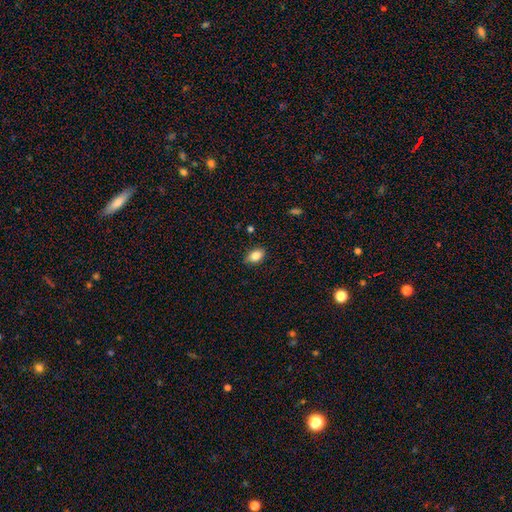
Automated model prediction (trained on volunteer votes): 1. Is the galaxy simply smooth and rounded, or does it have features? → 81% smooth, 11% featured or disk, 8% star or artifact.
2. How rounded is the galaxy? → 88% in between, 9% round, 3% cigar-shaped.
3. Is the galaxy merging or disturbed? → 84% none, 13% minor disturbance, 2% major disturbance, 1% merger.